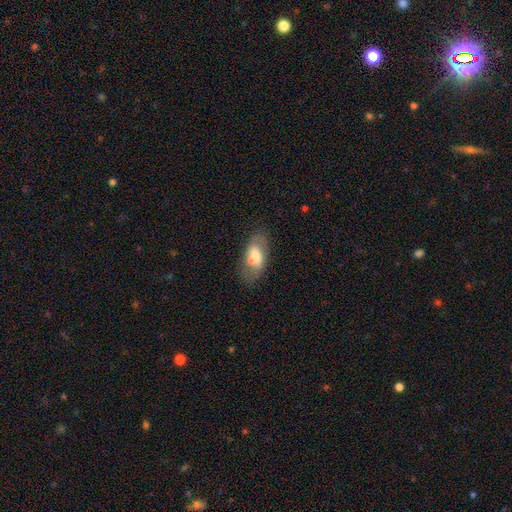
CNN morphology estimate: type=smooth (58%); roundness=in between (88%); merging=none (52%).